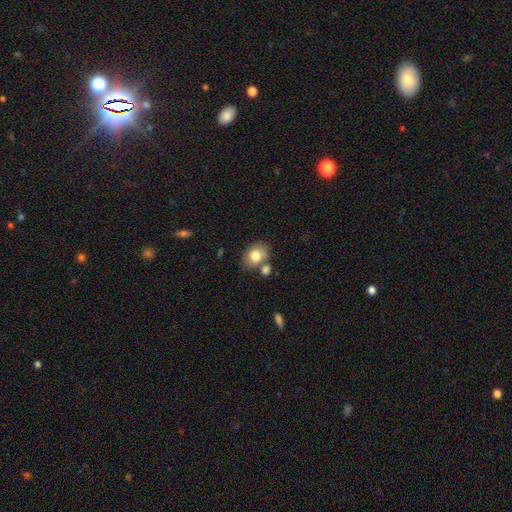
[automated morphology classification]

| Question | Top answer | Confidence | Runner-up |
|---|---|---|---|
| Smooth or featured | smooth | 79% | featured or disk (13%) |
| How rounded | in between | 66% | round (33%) |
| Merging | none | 62% | merger (19%) |